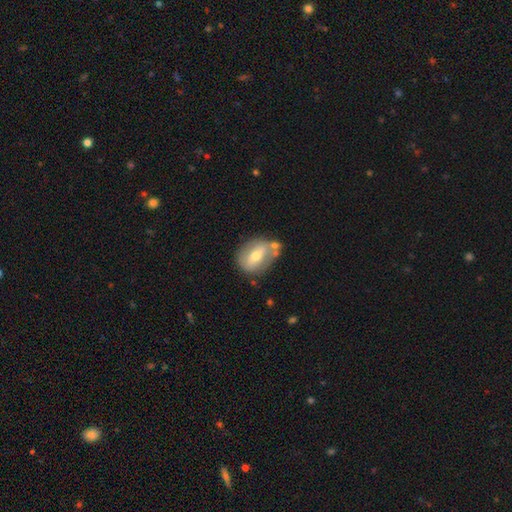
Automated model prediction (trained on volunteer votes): Smooth or featured: featured or disk — 48% (smooth — 45%)
Merging: none — 60% (minor disturbance — 17%)